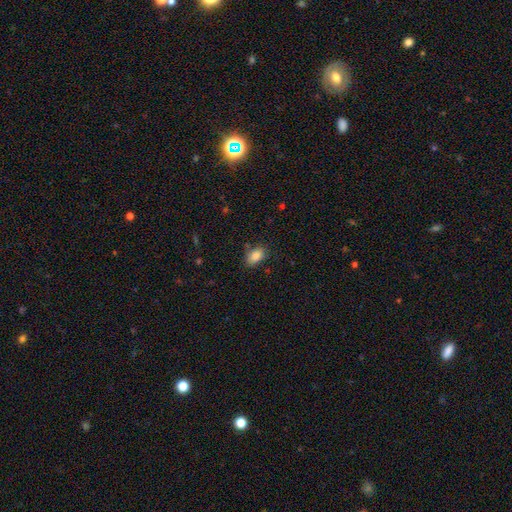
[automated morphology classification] smooth 85%, star or artifact 9%, featured or disk 6%. Down the decision tree: how rounded — in between (87%); merging — none (80%).